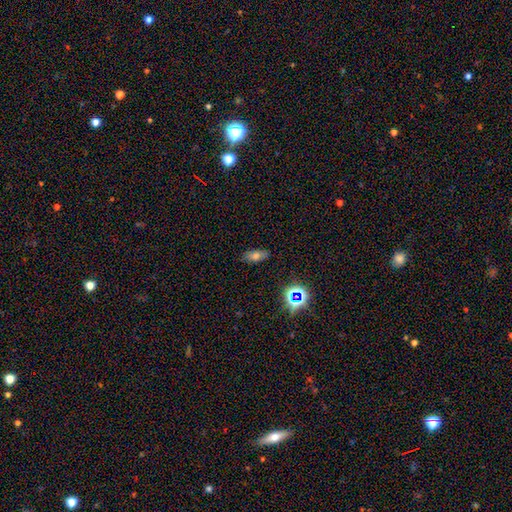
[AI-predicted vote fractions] Smooth or featured? Predicted: smooth (p=0.70). How rounded? Predicted: in between (p=0.83). Merging? Predicted: none (p=0.84).